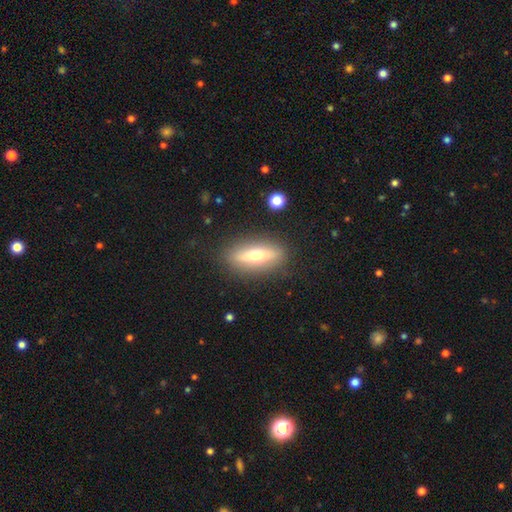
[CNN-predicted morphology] The model was most divided on "smooth or featured": featured or disk: 48%, smooth: 45%, star or artifact: 8%. More confident: merging — none (87%).